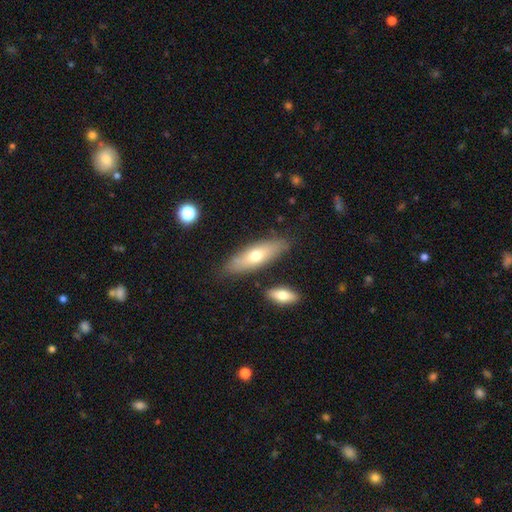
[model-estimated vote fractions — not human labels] smooth-or-featured: smooth: 61% | featured or disk: 33% | star or artifact: 6%
  how-rounded: in between: 50% | cigar-shaped: 48% | round: 2%
  merging: none: 81% | minor disturbance: 12% | merger: 5% | major disturbance: 3%